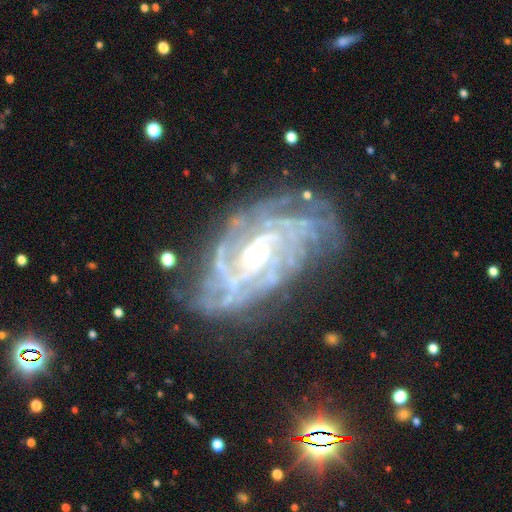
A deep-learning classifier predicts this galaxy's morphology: A featured or disk galaxy (88%) with no bar (54%), tight (68%) spiral arms (96%) and a small central bulge (65%). Merging: none (71%).